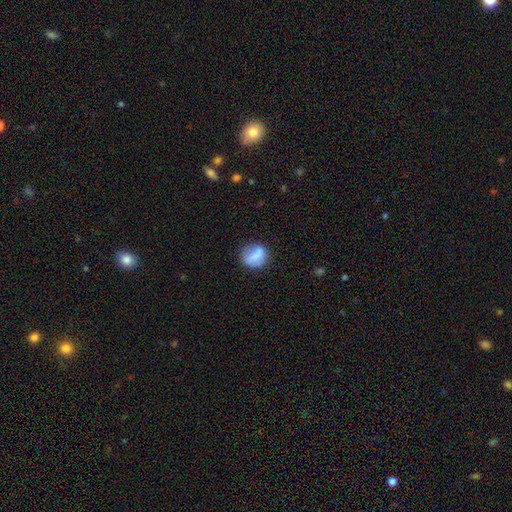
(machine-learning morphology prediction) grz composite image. It shows a smooth galaxy with no disk features (71%) that is round (67%). Merging: none (67%).